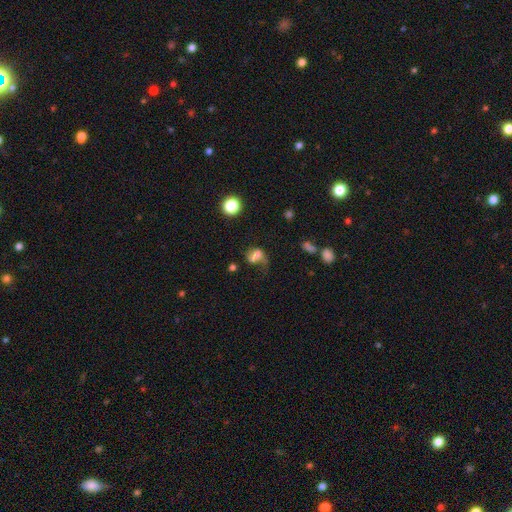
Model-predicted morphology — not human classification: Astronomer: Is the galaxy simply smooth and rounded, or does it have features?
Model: smooth — 55%.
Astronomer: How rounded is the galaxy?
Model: in between — 66%.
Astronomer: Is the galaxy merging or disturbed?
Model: major disturbance — 43% (runner-up: none, 27%).